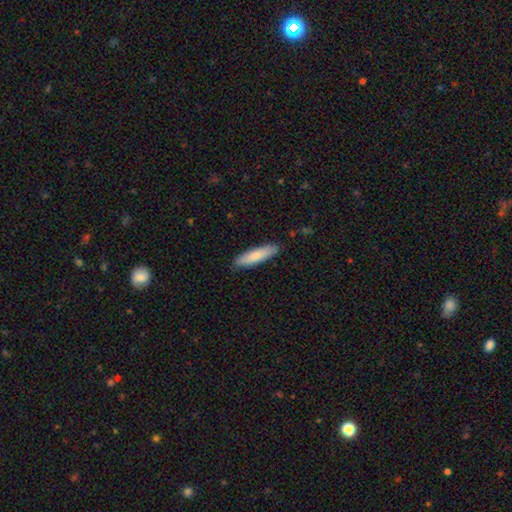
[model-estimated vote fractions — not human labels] smooth 80%, featured or disk 15%, star or artifact 5%. Down the decision tree: how rounded — cigar-shaped (71%); merging — none (88%).